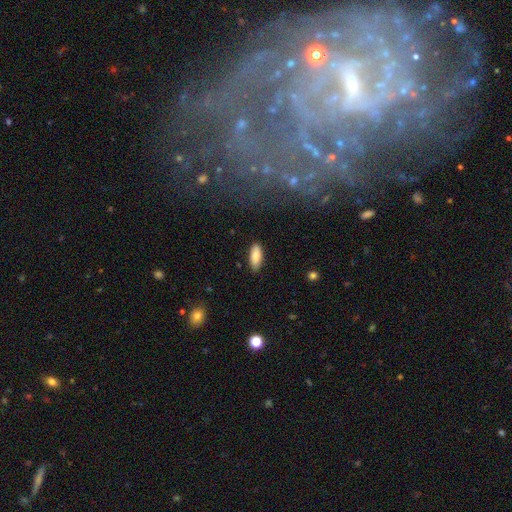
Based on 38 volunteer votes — Morphology: type=smooth (87%); roundness=in between (58%); merging=none (89%).